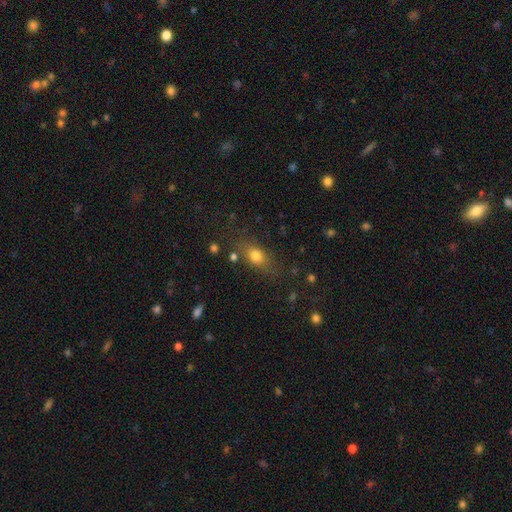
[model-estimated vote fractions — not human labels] Q: Smooth or featured?
A: smooth (75%); runner-up: featured or disk (13%)
Q: How rounded?
A: in between (67%); runner-up: round (22%)
Q: Merging?
A: none (72%); runner-up: minor disturbance (17%)